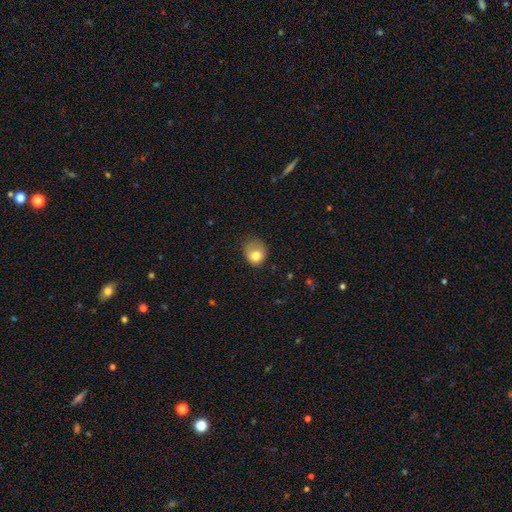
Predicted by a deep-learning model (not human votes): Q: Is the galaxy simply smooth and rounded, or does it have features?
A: smooth — 75%.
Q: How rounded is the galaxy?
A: round — 62%.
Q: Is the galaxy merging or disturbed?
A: none — 38%.